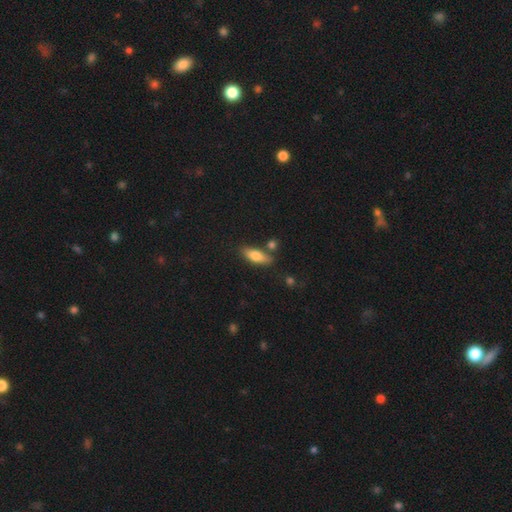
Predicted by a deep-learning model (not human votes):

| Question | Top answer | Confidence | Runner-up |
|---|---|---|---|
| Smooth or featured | smooth | 72% | featured or disk (21%) |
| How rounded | in between | 65% | cigar-shaped (32%) |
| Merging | none | 71% | minor disturbance (14%) |